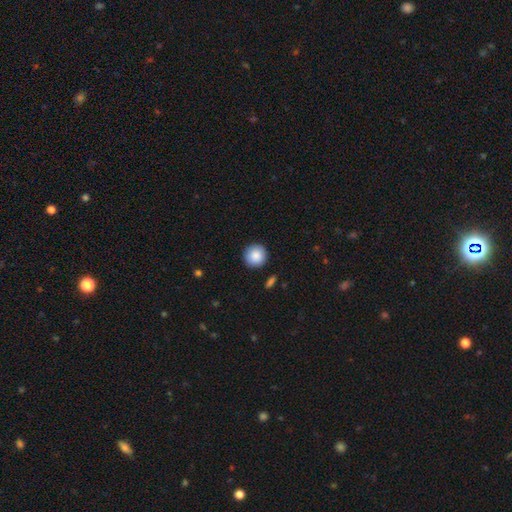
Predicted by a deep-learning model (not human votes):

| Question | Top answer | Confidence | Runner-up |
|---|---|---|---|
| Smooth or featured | smooth | 88% | star or artifact (7%) |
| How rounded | round | 95% | in between (4%) |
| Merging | none | 91% | minor disturbance (6%) |